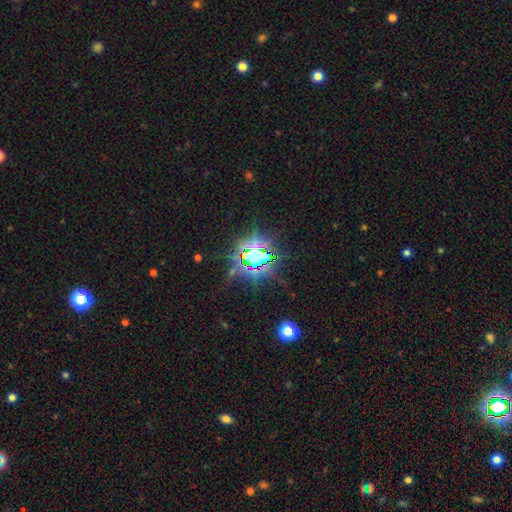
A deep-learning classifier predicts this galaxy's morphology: The model was most divided on "smooth or featured": star or artifact: 75%, smooth: 14%, featured or disk: 11%.